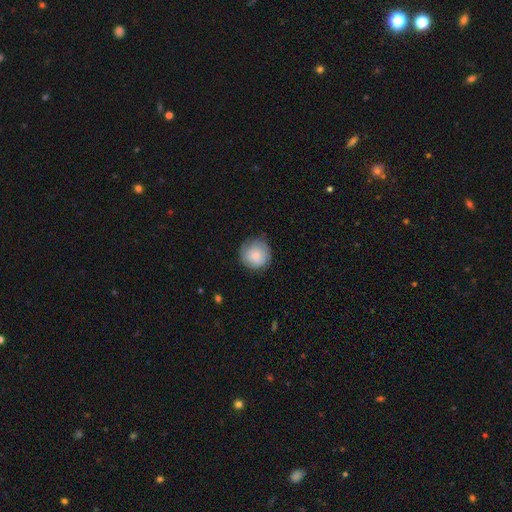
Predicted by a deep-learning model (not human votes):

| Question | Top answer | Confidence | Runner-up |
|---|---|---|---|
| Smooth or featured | smooth | 71% | featured or disk (21%) |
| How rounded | round | 92% | in between (7%) |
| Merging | none | 77% | minor disturbance (18%) |